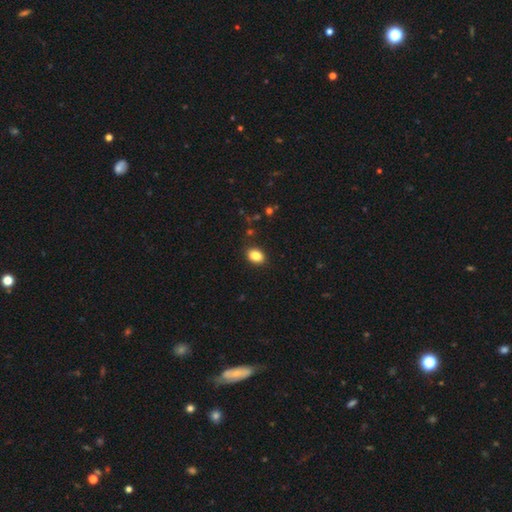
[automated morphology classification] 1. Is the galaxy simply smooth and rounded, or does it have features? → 86% smooth, 9% star or artifact, 5% featured or disk.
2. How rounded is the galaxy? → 77% in between, 22% round, 1% cigar-shaped.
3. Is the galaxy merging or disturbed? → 89% none, 8% minor disturbance, 2% major disturbance, 1% merger.